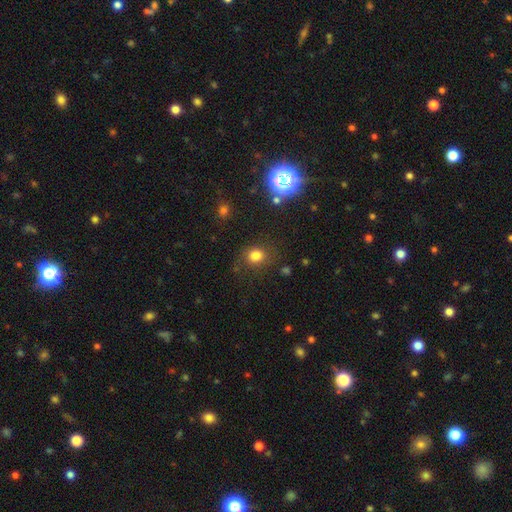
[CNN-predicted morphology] This appears to be a smooth galaxy with no disk features (78%) that is round (65%). Merging: none (76%).